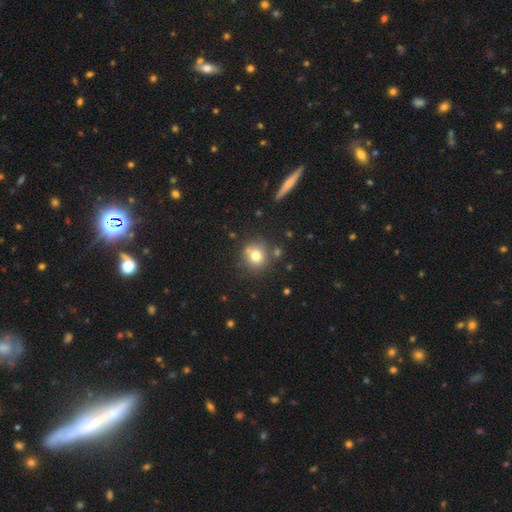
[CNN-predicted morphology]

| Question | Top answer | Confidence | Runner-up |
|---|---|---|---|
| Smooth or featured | smooth | 76% | star or artifact (12%) |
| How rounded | round | 88% | in between (11%) |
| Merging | none | 77% | minor disturbance (12%) |